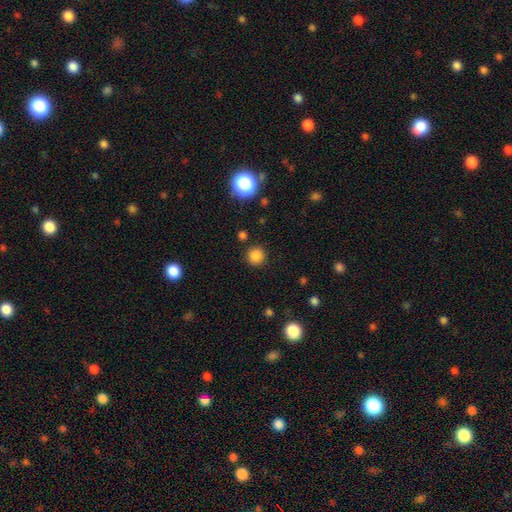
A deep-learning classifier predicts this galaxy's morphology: Q: Smooth or featured?
A: smooth (83%); runner-up: star or artifact (13%)
Q: How rounded?
A: round (94%); runner-up: in between (5%)
Q: Merging?
A: none (89%); runner-up: minor disturbance (6%)